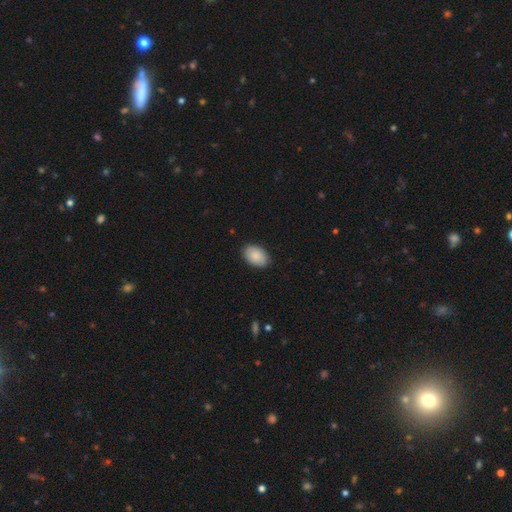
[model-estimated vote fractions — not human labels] Morphology: type=smooth (89%); roundness=in between (87%); merging=none (88%).